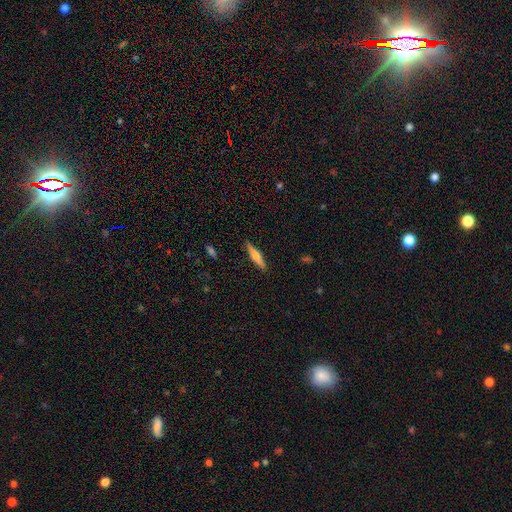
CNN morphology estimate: smooth-or-featured: featured or disk: 58% | smooth: 36% | star or artifact: 6%
  disk-edge-on: yes: 96% | no: 4%
    edge-on-bulge: rounded: 90% | boxy: 5% | none: 4%
  merging: none: 90% | minor disturbance: 7% | major disturbance: 2% | merger: 1%